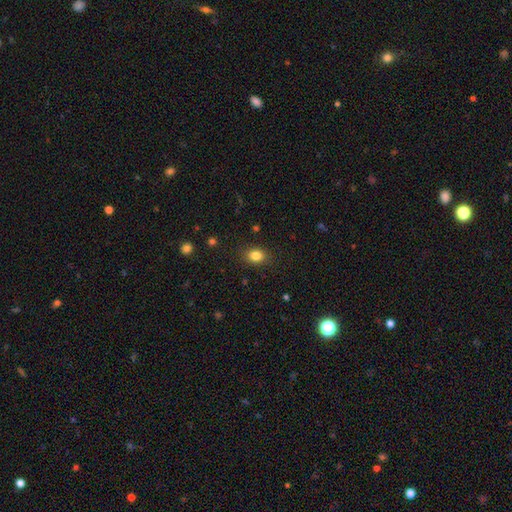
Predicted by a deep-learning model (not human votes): Overall: smooth (84%). How rounded: in between (56%; round 43%). Merging: none (87%).